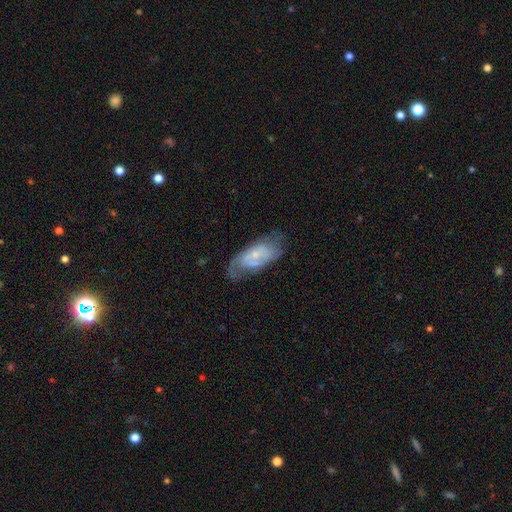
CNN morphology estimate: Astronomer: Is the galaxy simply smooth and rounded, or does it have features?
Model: featured or disk — 69%.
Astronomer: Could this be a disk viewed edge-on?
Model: no — 93%.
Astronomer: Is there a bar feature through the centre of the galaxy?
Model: no — 61%.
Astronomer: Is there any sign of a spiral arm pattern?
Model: yes — 83%.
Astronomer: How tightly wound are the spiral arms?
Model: medium — 43% (runner-up: tight, 37%).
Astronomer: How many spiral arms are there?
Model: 2 — 53%.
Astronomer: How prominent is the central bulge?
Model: small — 65%.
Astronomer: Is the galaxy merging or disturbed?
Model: none — 53%.